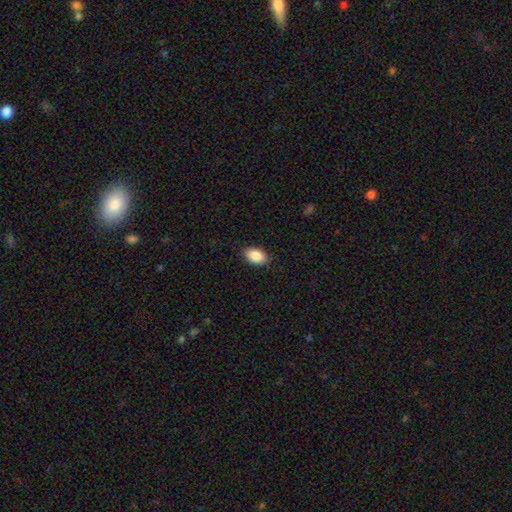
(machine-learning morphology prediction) This is clearly a smooth galaxy (89%). How rounded: clearly in between (90%). Merging: clearly none (87%).